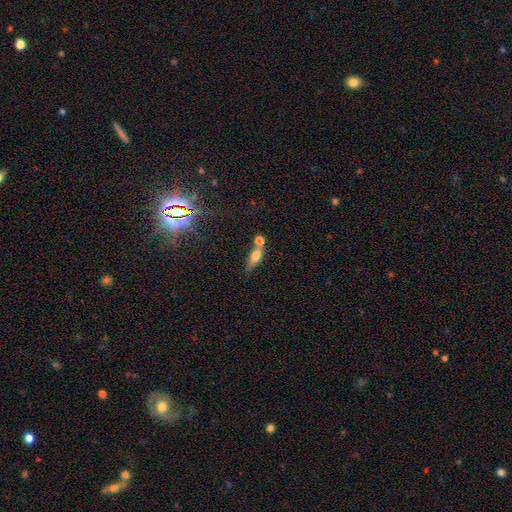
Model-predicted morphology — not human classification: Q: Smooth or featured?
A: smooth (63%); runner-up: featured or disk (27%)
Q: How rounded?
A: in between (62%); runner-up: cigar-shaped (31%)
Q: Merging?
A: none (42%); runner-up: merger (39%)